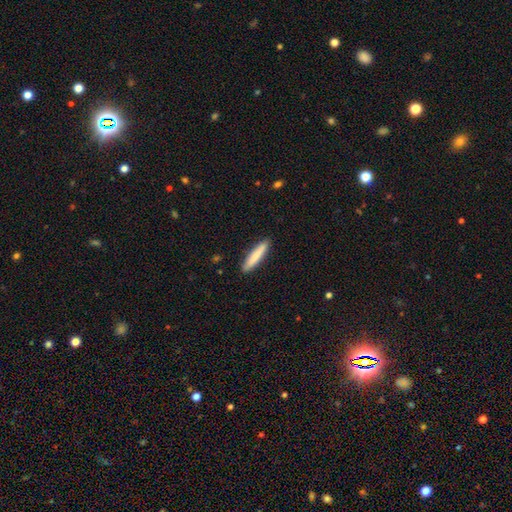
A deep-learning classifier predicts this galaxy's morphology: Overall: smooth (81%). How rounded: cigar-shaped (90%). Merging: none (90%).